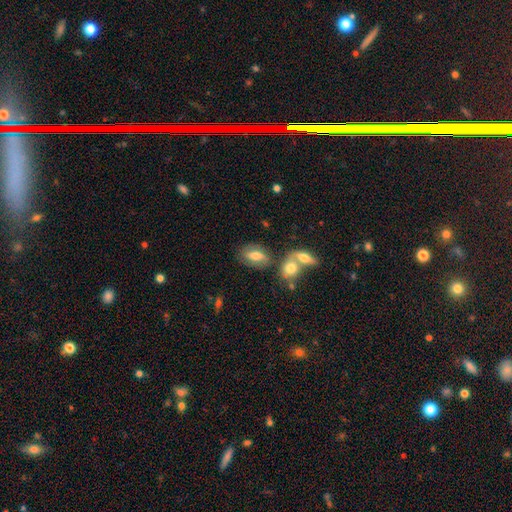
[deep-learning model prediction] A smooth galaxy with no disk features (56%) that is in between round and cigar-shaped (83%).

Vote fractions:
- Smooth or featured? smooth: 56% / featured or disk: 36% / star or artifact: 8%
- How rounded? in between: 83% / round: 12% / cigar-shaped: 6%
- Merging? none: 61% / merger: 19% / minor disturbance: 14% / major disturbance: 6%